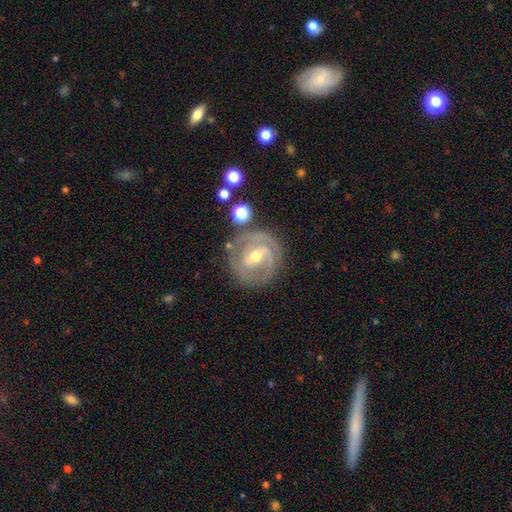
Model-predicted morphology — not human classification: type=featured or disk (83%); edge-on=no (96%); bar=weak (45%); spiral arms=yes (89%); winding=tight (63%); arm count=2 (58%); bulge=moderate (56%); merging=none (76%).